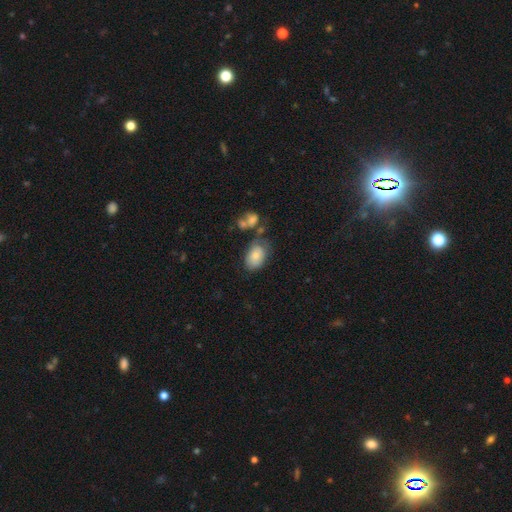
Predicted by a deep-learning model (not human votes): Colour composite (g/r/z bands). It shows a smooth galaxy with no disk features (78%) that is in between round and cigar-shaped (87%). Merging: none (54%).